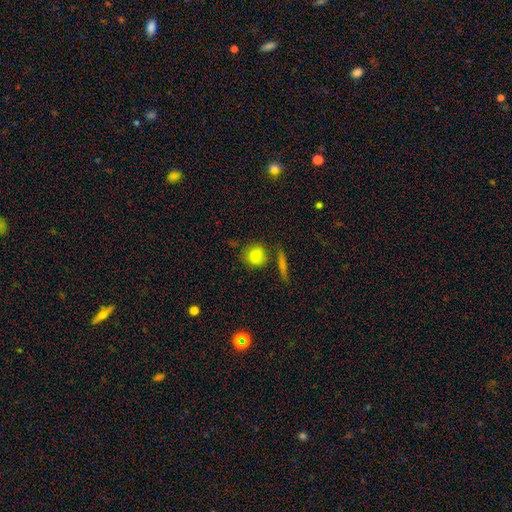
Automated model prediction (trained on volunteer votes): Morphology: type=smooth (80%); roundness=round (77%); merging=none (66%).